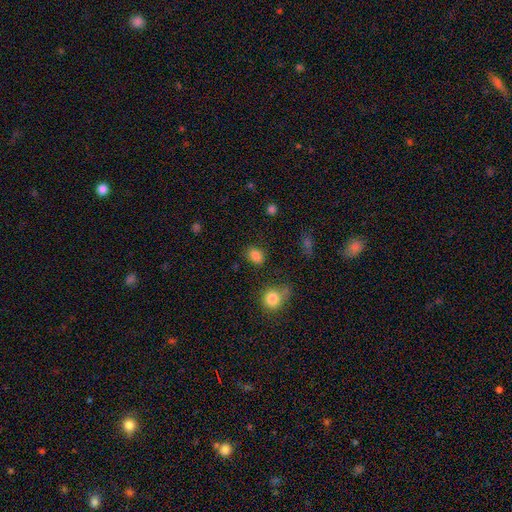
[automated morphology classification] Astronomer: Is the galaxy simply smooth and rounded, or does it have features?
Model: smooth — 85%.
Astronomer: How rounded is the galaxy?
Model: in between — 64%.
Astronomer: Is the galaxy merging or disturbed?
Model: none — 80%.